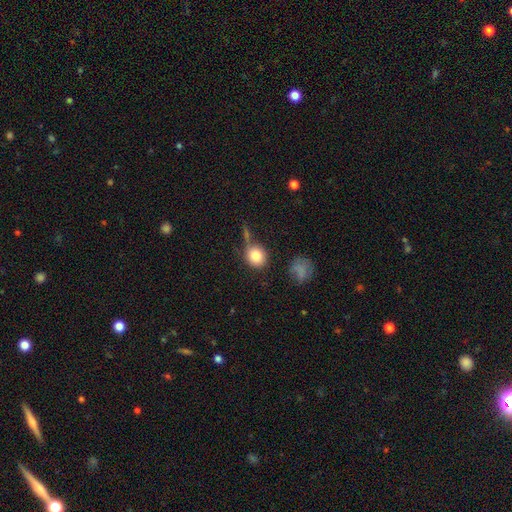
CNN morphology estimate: type=smooth (83%); roundness=round (78%); merging=none (63%).